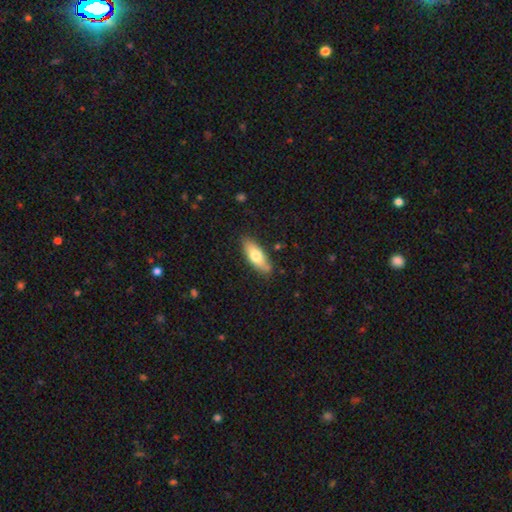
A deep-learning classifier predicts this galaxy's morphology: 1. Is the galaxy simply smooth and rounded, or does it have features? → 69% smooth, 25% featured or disk, 6% star or artifact.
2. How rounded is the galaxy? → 69% in between, 29% cigar-shaped, 2% round.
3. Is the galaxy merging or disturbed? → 83% none, 13% minor disturbance, 2% major disturbance, 2% merger.